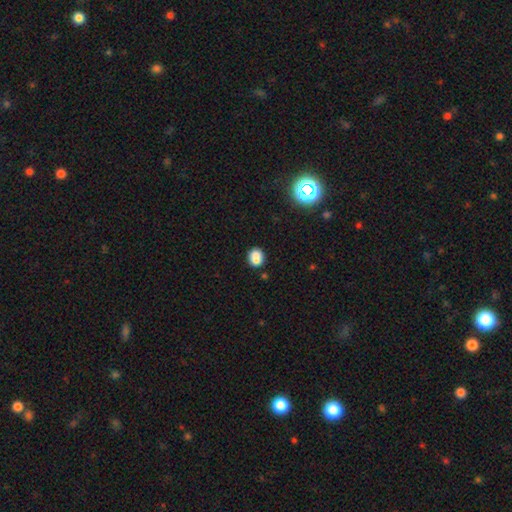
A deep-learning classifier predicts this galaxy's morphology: type=smooth (80%); roundness=round (67%); merging=none (66%).